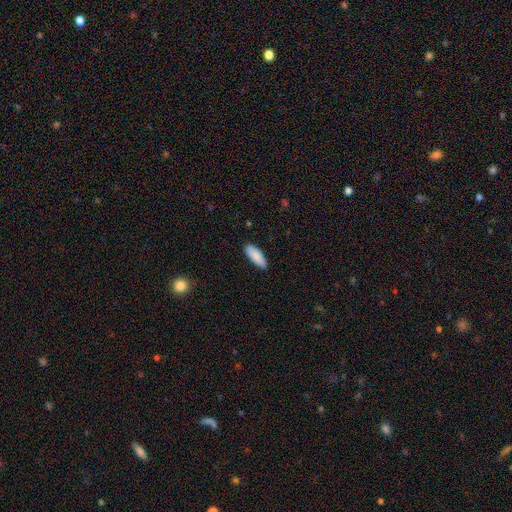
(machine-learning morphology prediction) Smooth or featured?
  - smooth: 89% *
  - featured or disk: 6%
  - star or artifact: 5%
How rounded?
  - in between: 62% *
  - cigar-shaped: 37%
  - round: 2%
Merging?
  - none: 88% *
  - minor disturbance: 9%
  - major disturbance: 2%
  - merger: 1%